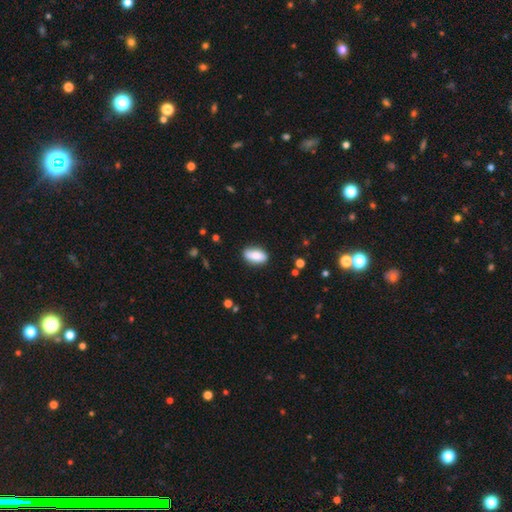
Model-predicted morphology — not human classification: smooth 82%, featured or disk 11%, star or artifact 7%. Down the decision tree: how rounded — in between (90%); merging — none (79%).